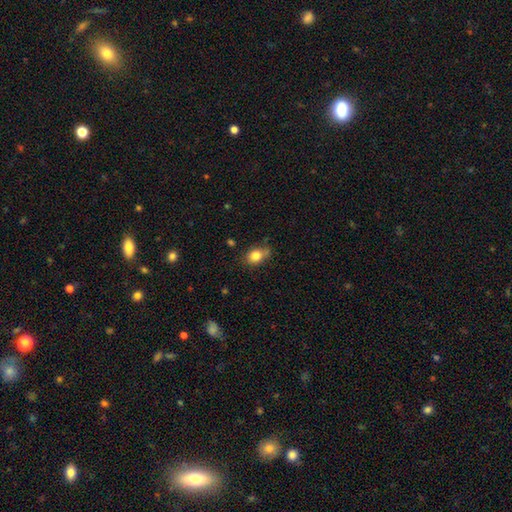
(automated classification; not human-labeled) smooth-or-featured: smooth: 81% | star or artifact: 10% | featured or disk: 9%
  how-rounded: in between: 60% | round: 39% | cigar-shaped: 2%
  merging: none: 66% | minor disturbance: 25% | major disturbance: 5% | merger: 4%